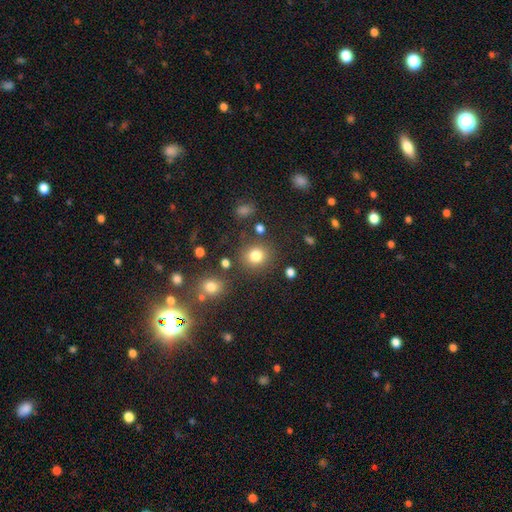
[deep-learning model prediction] The model was most divided on "smooth or featured": smooth: 80%, star or artifact: 14%, featured or disk: 7%. More confident: how rounded — round (84%); merging — none (80%).